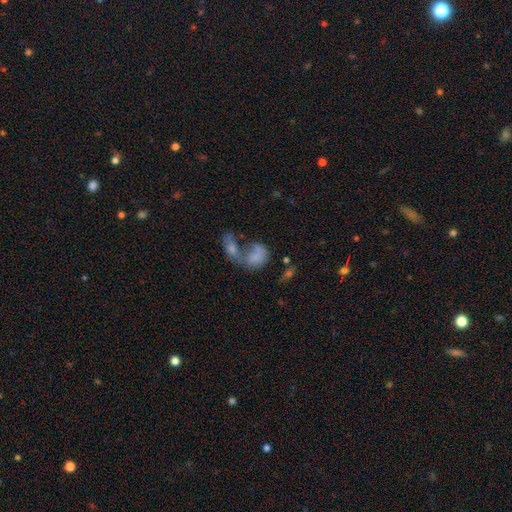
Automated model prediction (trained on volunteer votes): Q: Smooth or featured?
A: smooth (65%); runner-up: featured or disk (23%)
Q: How rounded?
A: in between (70%); runner-up: round (27%)
Q: Merging?
A: merger (66%); runner-up: major disturbance (14%)